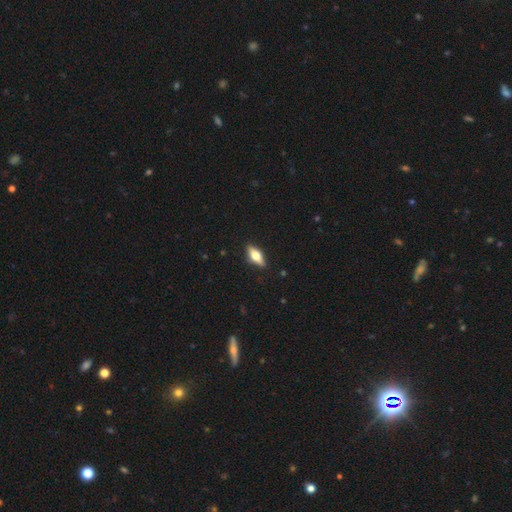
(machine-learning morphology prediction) Overall: smooth (50%; featured or disk 43%). How rounded: in between (67%; cigar-shaped 29%). Merging: none (88%).